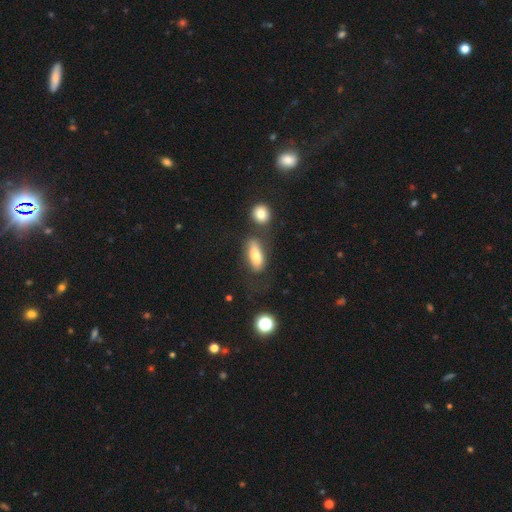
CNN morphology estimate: A smooth galaxy with no disk features (73%) that is in between round and cigar-shaped (78%). Merging: none (55%).